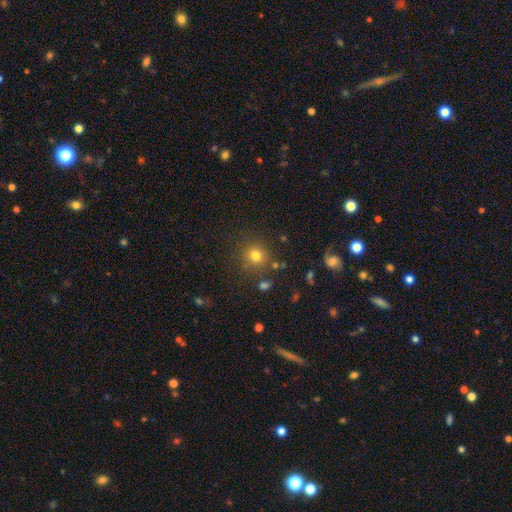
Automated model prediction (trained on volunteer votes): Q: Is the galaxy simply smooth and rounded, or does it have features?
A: smooth — 77%.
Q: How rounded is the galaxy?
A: round — 91%.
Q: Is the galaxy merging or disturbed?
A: none — 82%.